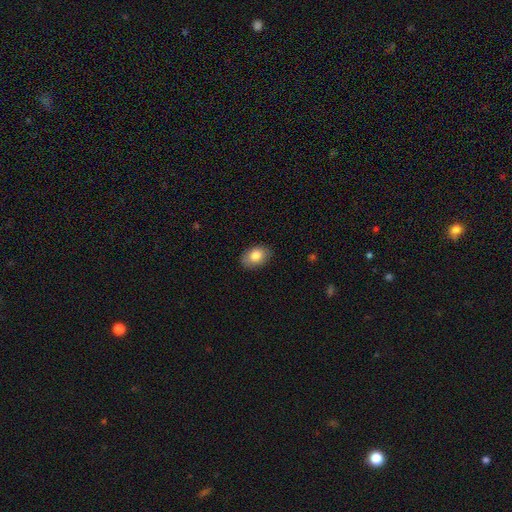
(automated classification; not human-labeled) A smooth galaxy with no disk features (82%) that is in between round and cigar-shaped (85%). Merging: none (85%).